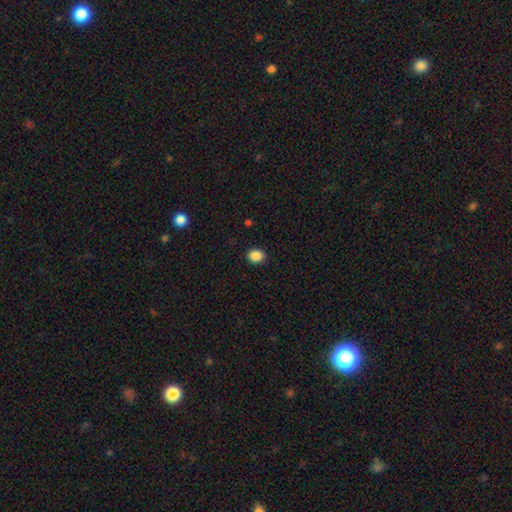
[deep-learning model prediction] smooth-or-featured: smooth: 88% | star or artifact: 10% | featured or disk: 3%
  how-rounded: round: 62% | in between: 37% | cigar-shaped: 1%
  merging: none: 89% | minor disturbance: 8% | major disturbance: 2% | merger: 1%